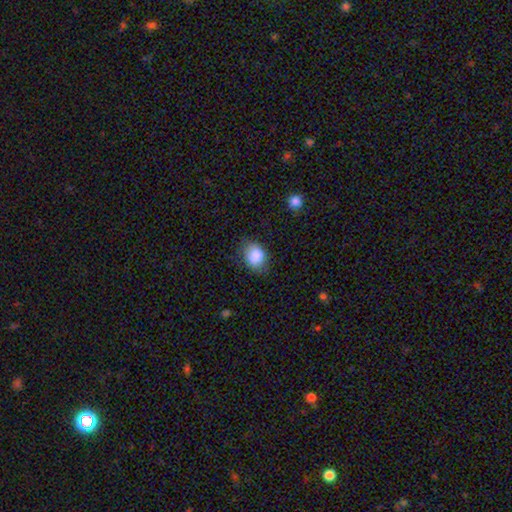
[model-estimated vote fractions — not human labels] smooth 88%, star or artifact 7%, featured or disk 5%. Down the decision tree: how rounded — in between (60%); merging — none (74%).